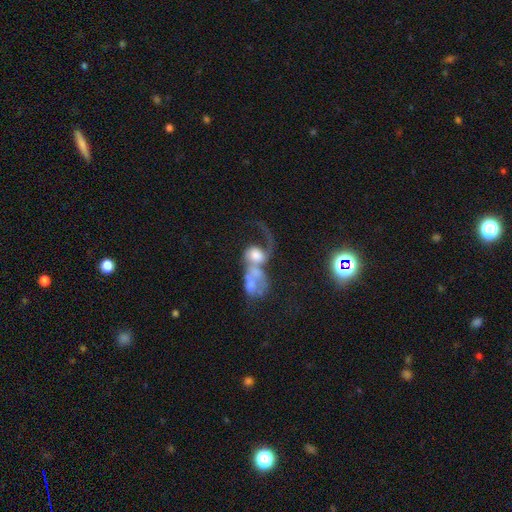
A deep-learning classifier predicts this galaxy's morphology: Overall: featured or disk (57%; smooth 34%). Edge-on disk: no (96%). Bar: no (75%). Spiral arms: yes (60%; no 40%). Bulge size: large (32%; moderate 29%). Merging: merger (66%).